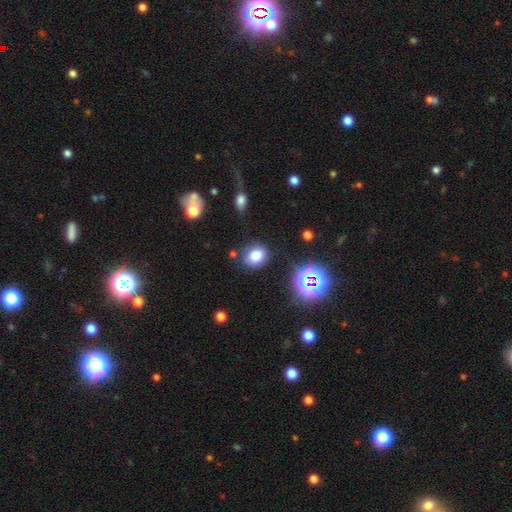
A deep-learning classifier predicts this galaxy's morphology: This is likely a smooth galaxy (76%). How rounded: likely round (62%). Merging: likely none (80%).